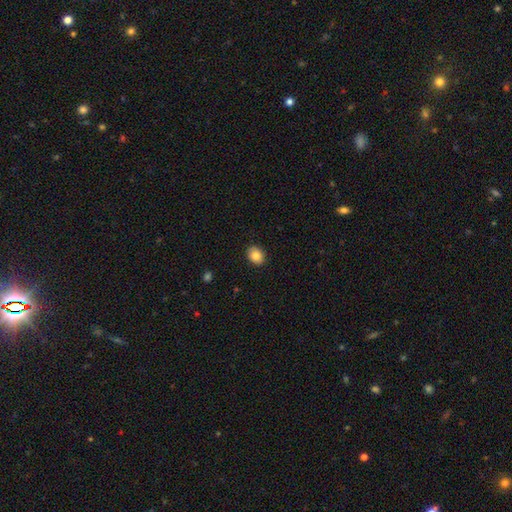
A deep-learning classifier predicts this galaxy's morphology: A smooth galaxy with no disk features (86%) that is in between round and cigar-shaped (61%). Merging: none (89%).